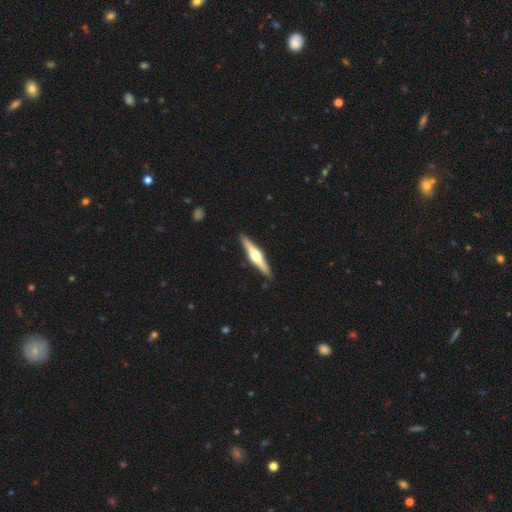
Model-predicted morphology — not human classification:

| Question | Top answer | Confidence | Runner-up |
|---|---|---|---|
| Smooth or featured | featured or disk | 75% | smooth (21%) |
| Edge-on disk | yes | 98% | no (2%) |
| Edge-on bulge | rounded | 93% | boxy (5%) |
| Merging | none | 91% | minor disturbance (7%) |